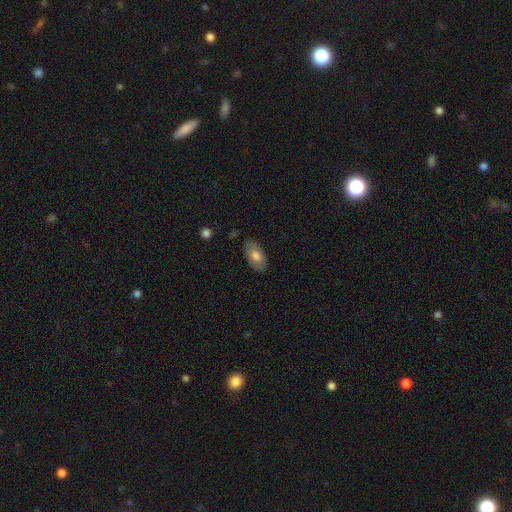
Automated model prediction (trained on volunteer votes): smooth-or-featured: smooth: 68% | featured or disk: 26% | star or artifact: 6%
  how-rounded: in between: 94% | round: 4% | cigar-shaped: 2%
  merging: none: 83% | minor disturbance: 13% | major disturbance: 3% | merger: 1%